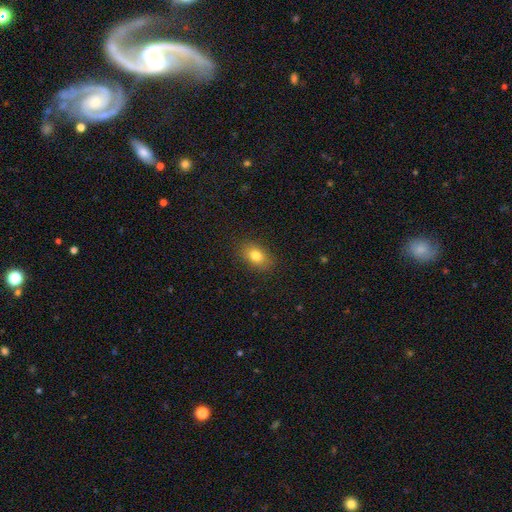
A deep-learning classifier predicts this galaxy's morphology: smooth 81%, star or artifact 10%, featured or disk 10%. Down the decision tree: how rounded — in between (79%); merging — none (85%).